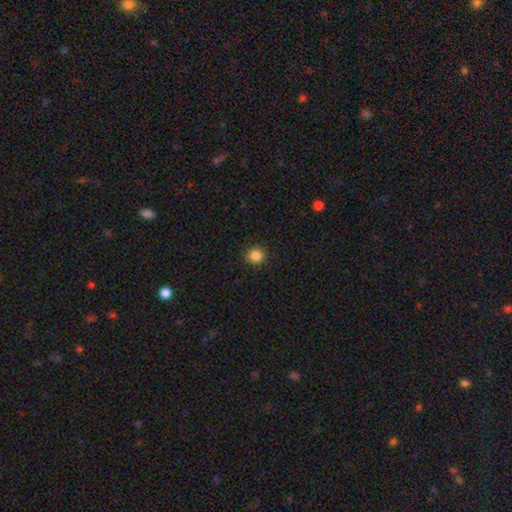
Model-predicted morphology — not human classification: smooth_or_featured: smooth (p=0.85) [alt: star or artifact p=0.11]
how_rounded: round (p=0.93) [alt: in between p=0.06]
merging: none (p=0.91) [alt: minor disturbance p=0.06]